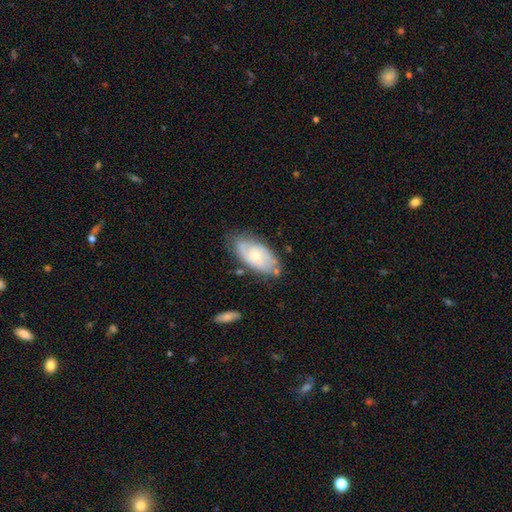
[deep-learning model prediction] Smooth or featured? featured or disk (54%)
Edge-on disk? no (91%)
Merging? none (68%)